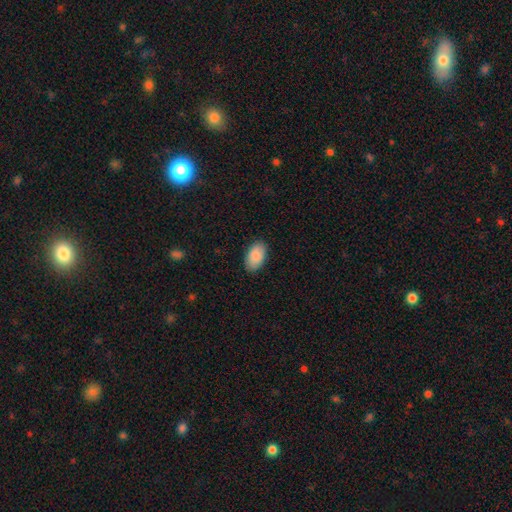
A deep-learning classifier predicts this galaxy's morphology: A smooth galaxy with no disk features (89%) that is in between round and cigar-shaped (95%).

Vote fractions:
- Smooth or featured? smooth: 89% / star or artifact: 6% / featured or disk: 5%
- How rounded? in between: 95% / round: 4% / cigar-shaped: 1%
- Merging? none: 89% / minor disturbance: 8% / major disturbance: 2% / merger: 1%